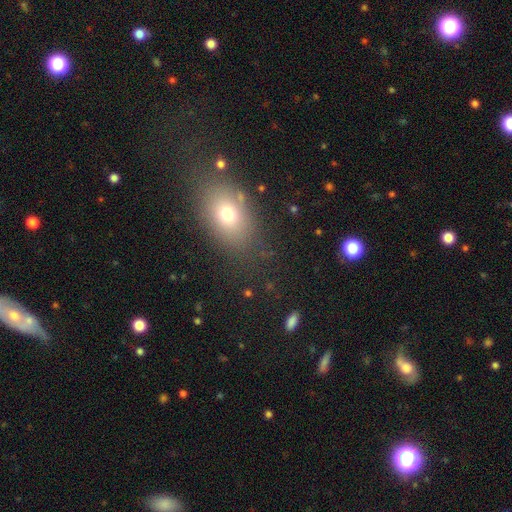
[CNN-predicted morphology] This is likely a smooth galaxy (65%). How rounded: likely in between (70%). Merging: likely none (77%).